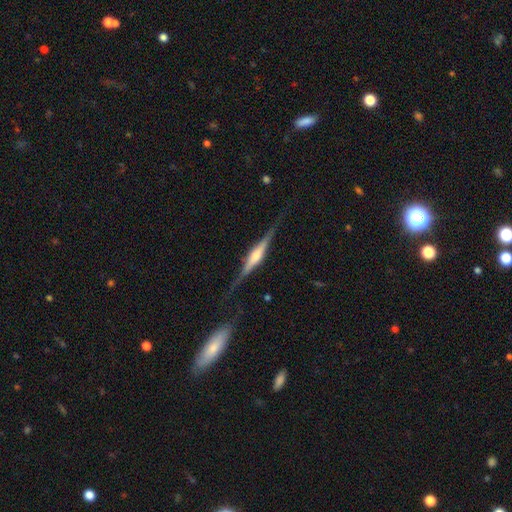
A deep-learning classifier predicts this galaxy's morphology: type=featured or disk (83%); edge-on=yes (98%); edge-on bulge=rounded (80%); merging=none (81%).